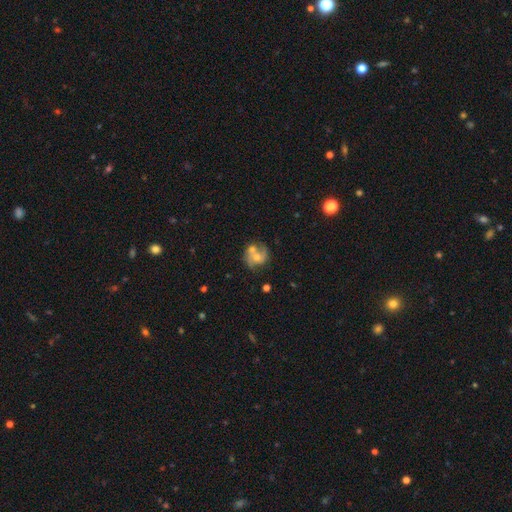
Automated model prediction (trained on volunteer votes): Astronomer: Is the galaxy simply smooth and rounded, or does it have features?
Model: featured or disk — 65%.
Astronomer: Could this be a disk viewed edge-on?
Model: no — 98%.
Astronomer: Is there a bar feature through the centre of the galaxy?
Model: no — 70%.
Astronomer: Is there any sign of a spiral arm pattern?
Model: yes — 83%.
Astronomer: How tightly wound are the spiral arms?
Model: medium — 49% (runner-up: loose, 29%).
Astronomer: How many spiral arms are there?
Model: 2 — 74%.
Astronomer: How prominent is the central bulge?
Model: moderate — 54% (runner-up: small, 36%).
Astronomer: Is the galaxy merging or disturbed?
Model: none — 46% (runner-up: merger, 30%).